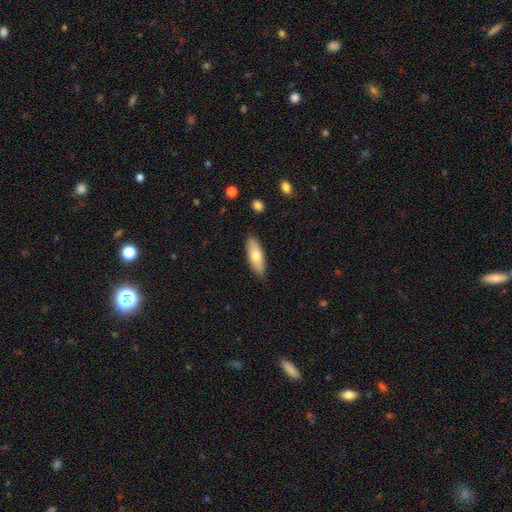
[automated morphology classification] smooth 72%, featured or disk 22%, star or artifact 6%. Down the decision tree: how rounded — in between (64%); merging — none (86%).